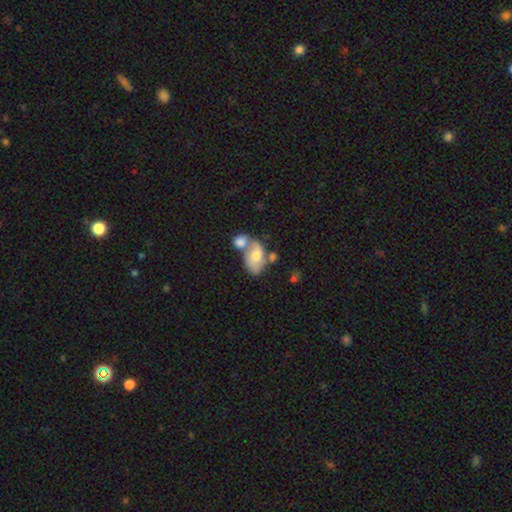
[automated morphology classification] The model was most divided on "smooth or featured": smooth: 57%, featured or disk: 36%, star or artifact: 8%. More confident: how rounded — in between (86%); merging — merger (55%).